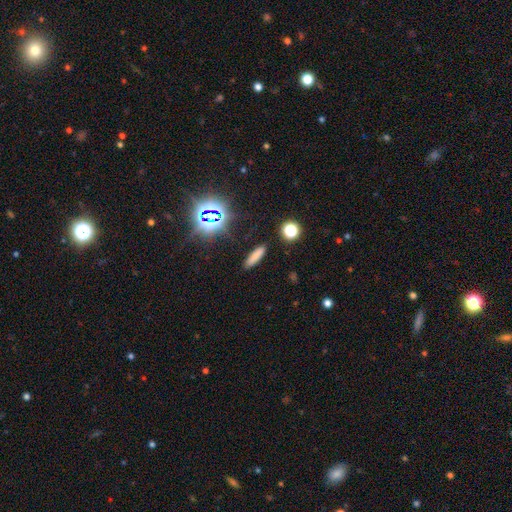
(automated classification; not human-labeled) smooth 74%, star or artifact 18%, featured or disk 8%. Down the decision tree: how rounded — cigar-shaped (73%); merging — none (87%).